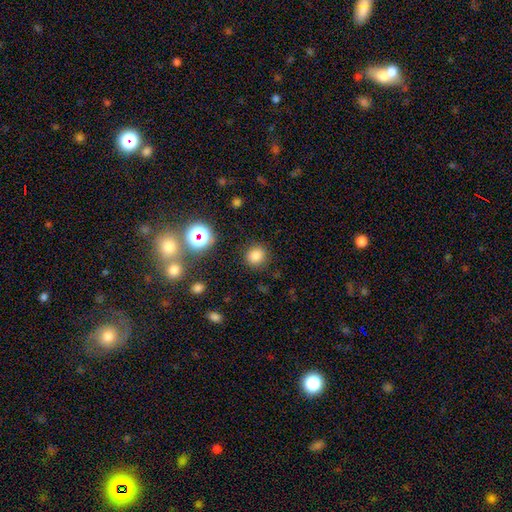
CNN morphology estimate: Q: Smooth or featured?
A: smooth (79%); runner-up: star or artifact (16%)
Q: How rounded?
A: round (88%); runner-up: in between (11%)
Q: Merging?
A: none (88%); runner-up: minor disturbance (7%)